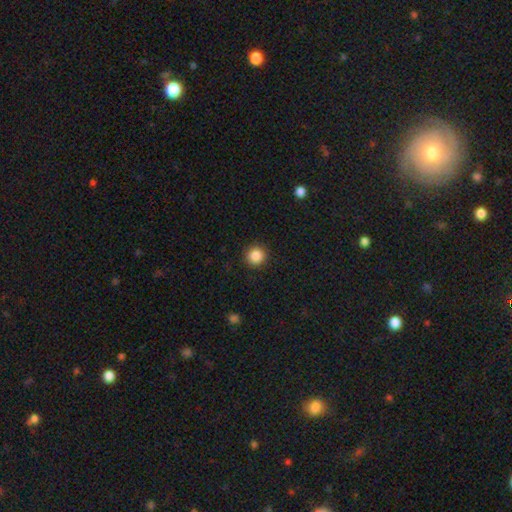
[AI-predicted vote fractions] Smooth or featured? Predicted: smooth (p=0.87). How rounded? Predicted: round (p=0.94). Merging? Predicted: none (p=0.92).